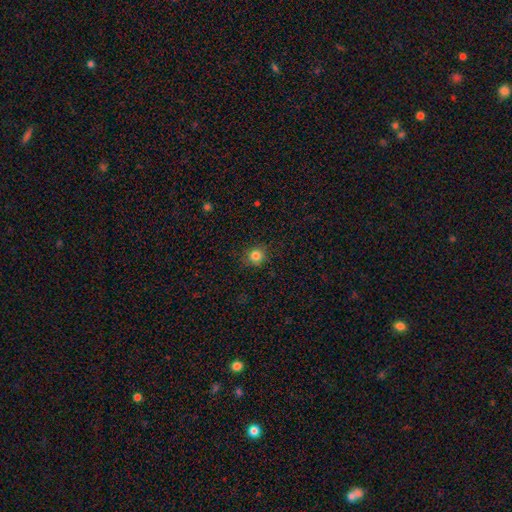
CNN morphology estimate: This is clearly a smooth galaxy (83%). How rounded: clearly round (91%). Merging: clearly none (88%).